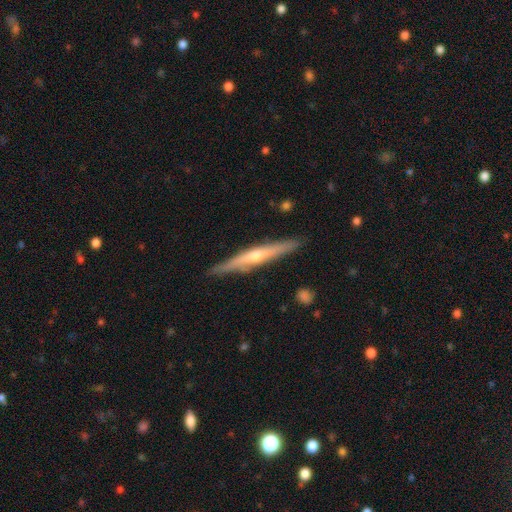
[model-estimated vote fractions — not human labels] Smooth or featured? featured or disk (64%)
Edge-on disk? yes (96%)
Edge-on bulge? rounded (75%)
Merging? none (86%)